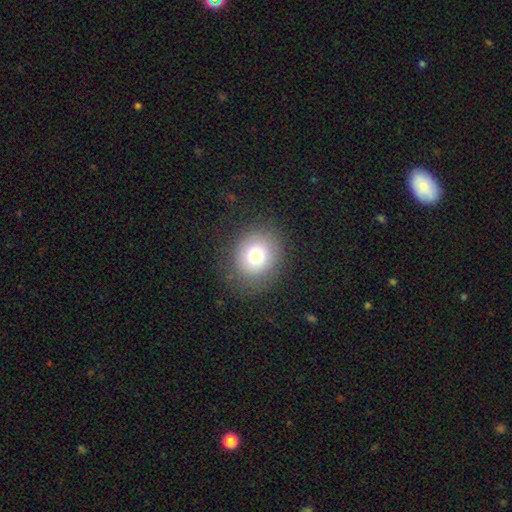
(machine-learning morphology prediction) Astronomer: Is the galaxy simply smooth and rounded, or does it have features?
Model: smooth — 75%.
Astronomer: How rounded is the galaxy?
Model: round — 79%.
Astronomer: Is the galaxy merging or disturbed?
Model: none — 82%.